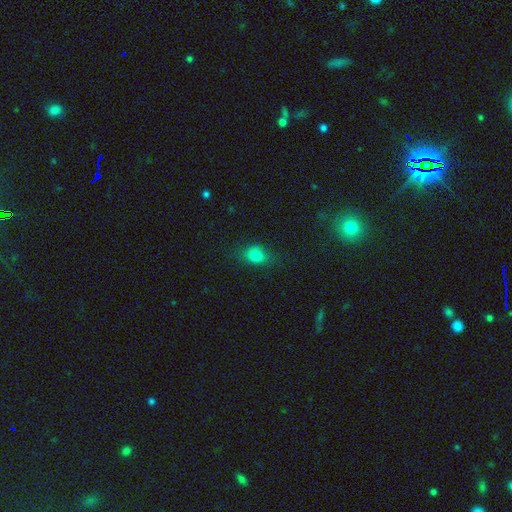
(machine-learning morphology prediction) Smooth or featured?
  - smooth: 79% *
  - star or artifact: 13%
  - featured or disk: 8%
How rounded?
  - in between: 58% *
  - round: 39%
  - cigar-shaped: 2%
Merging?
  - none: 76% *
  - minor disturbance: 17%
  - major disturbance: 6%
  - merger: 1%